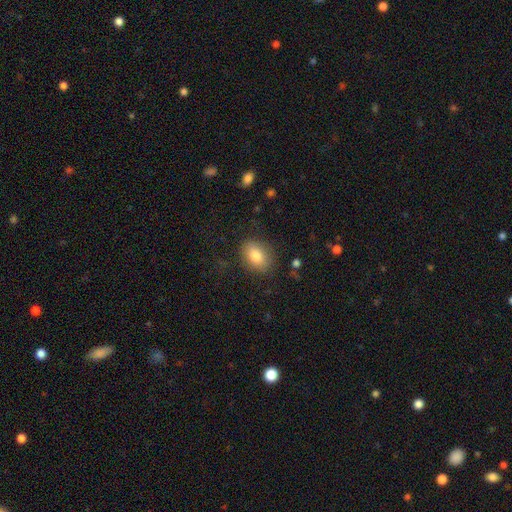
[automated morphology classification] type=smooth (82%); roundness=in between (75%); merging=none (83%).